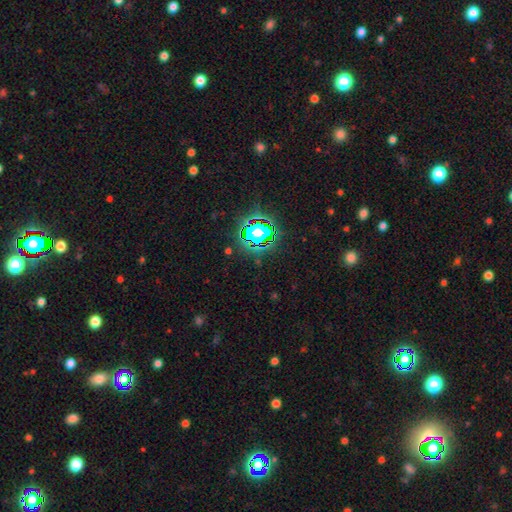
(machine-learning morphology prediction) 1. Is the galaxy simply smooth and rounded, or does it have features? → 81% star or artifact, 12% smooth, 7% featured or disk.